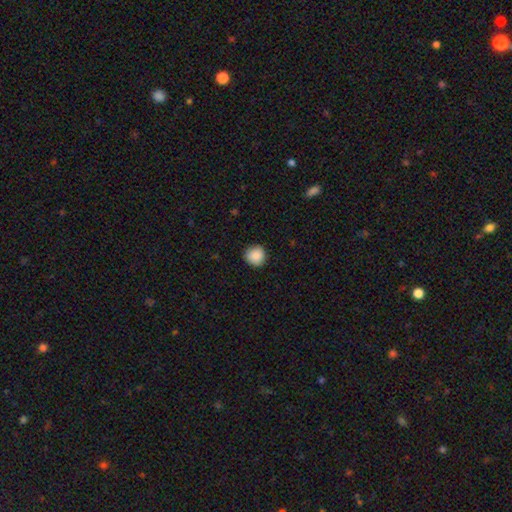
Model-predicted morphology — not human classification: smooth-or-featured: smooth: 89% | star or artifact: 8% | featured or disk: 3%
  how-rounded: round: 92% | in between: 7% | cigar-shaped: 1%
  merging: none: 88% | minor disturbance: 9% | major disturbance: 2% | merger: 1%